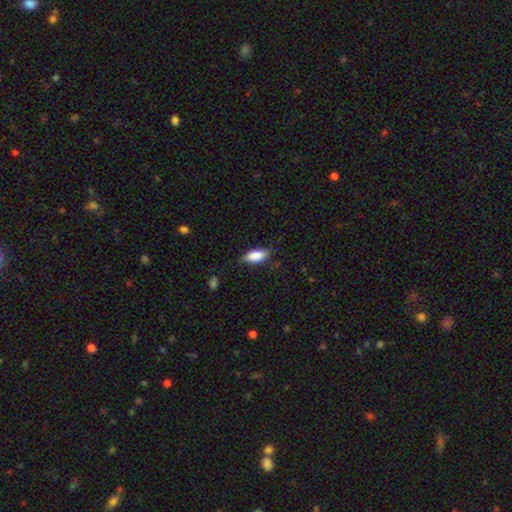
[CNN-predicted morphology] Overall: smooth (82%). How rounded: in between (82%). Merging: none (68%).